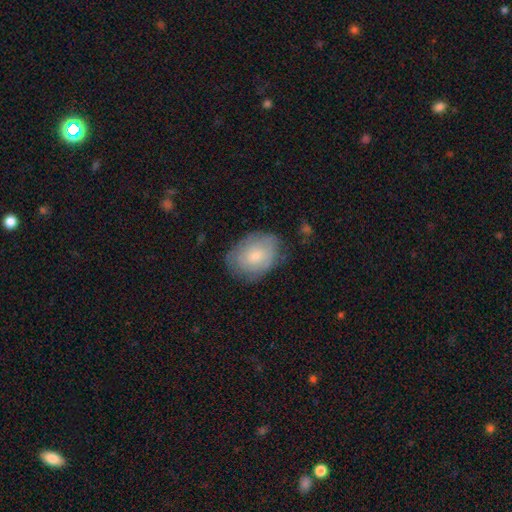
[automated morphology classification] smooth-or-featured: smooth: 59% | featured or disk: 34% | star or artifact: 8%
  how-rounded: in between: 74% | round: 24% | cigar-shaped: 1%
  merging: none: 70% | minor disturbance: 23% | major disturbance: 6% | merger: 1%